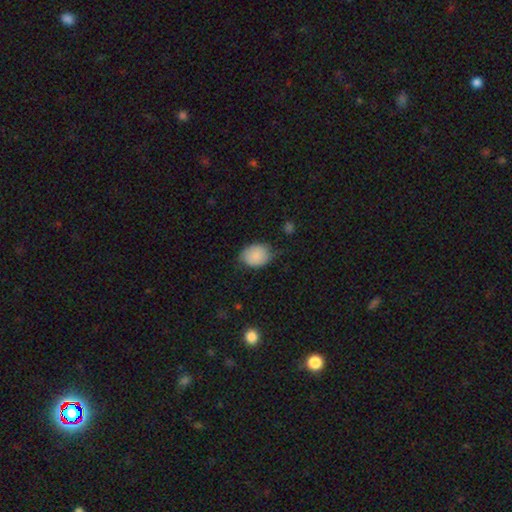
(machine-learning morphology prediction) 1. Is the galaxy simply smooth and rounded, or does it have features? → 83% smooth, 9% featured or disk, 7% star or artifact.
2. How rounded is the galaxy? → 59% in between, 40% round, 1% cigar-shaped.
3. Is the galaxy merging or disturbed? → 57% none, 33% minor disturbance, 8% major disturbance, 2% merger.